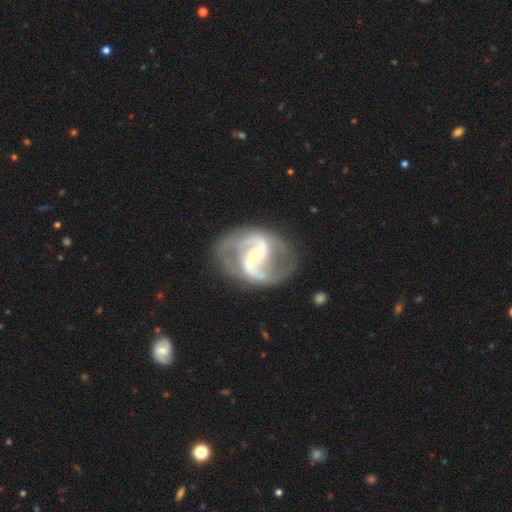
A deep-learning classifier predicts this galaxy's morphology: Overall: featured or disk (91%). Edge-on disk: no (98%). Bar: weak (37%; no 36%). Spiral arms: yes (96%). Spiral arm count: 2 (91%). Spiral winding: medium (57%; loose 27%). Bulge size: small (56%; moderate 40%). Merging: none (74%).